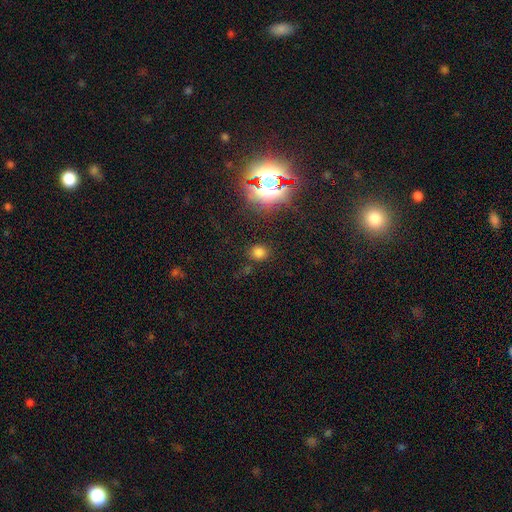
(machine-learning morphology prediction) Smooth or featured: star or artifact — 47% (smooth — 46%)